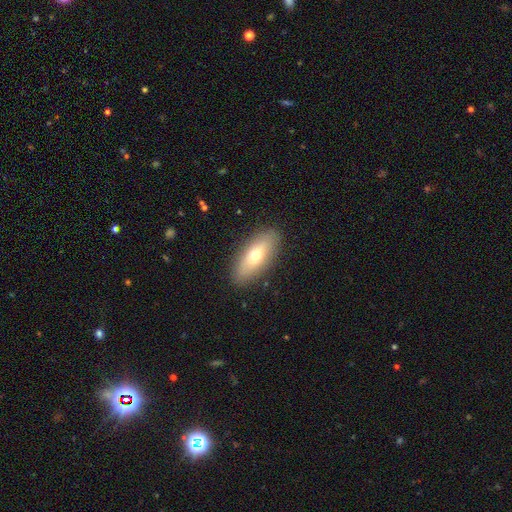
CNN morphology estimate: A smooth galaxy with no disk features (64%) that is in between round and cigar-shaped (73%).

Vote fractions:
- Smooth or featured? smooth: 64% / featured or disk: 29% / star or artifact: 7%
- How rounded? in between: 73% / cigar-shaped: 24% / round: 3%
- Merging? none: 88% / minor disturbance: 9% / major disturbance: 2% / merger: 1%